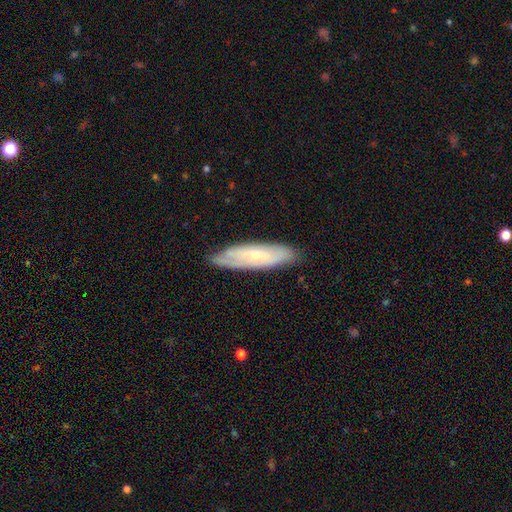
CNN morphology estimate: smooth-or-featured: featured or disk: 52% | smooth: 41% | star or artifact: 7%
  disk-edge-on: no: 65% | yes: 35%
  merging: none: 80% | minor disturbance: 16% | major disturbance: 3% | merger: 1%